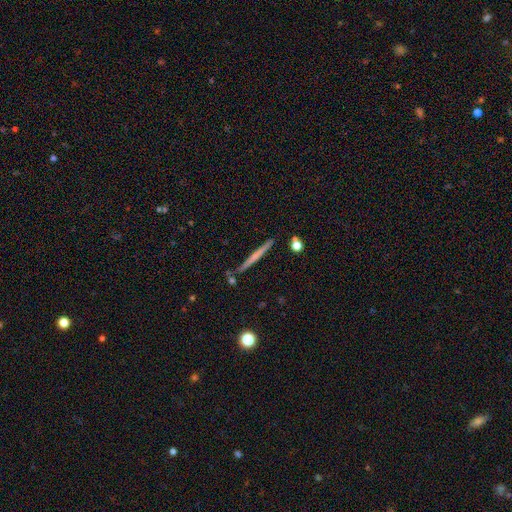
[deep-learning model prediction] A smooth galaxy with no disk features (49%). Merging: none (87%).